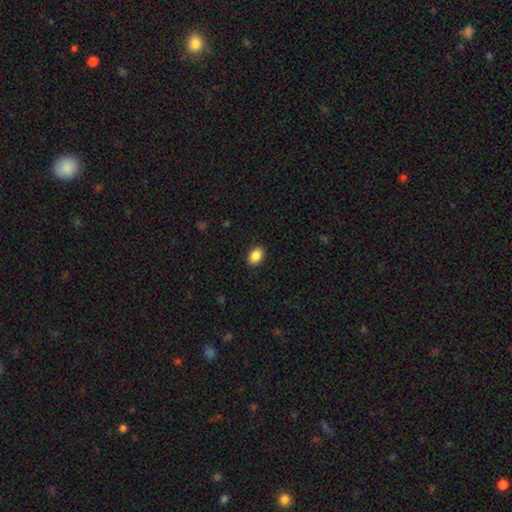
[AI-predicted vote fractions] Smooth or featured? smooth (88%)
How rounded? in between (78%)
Merging? none (90%)